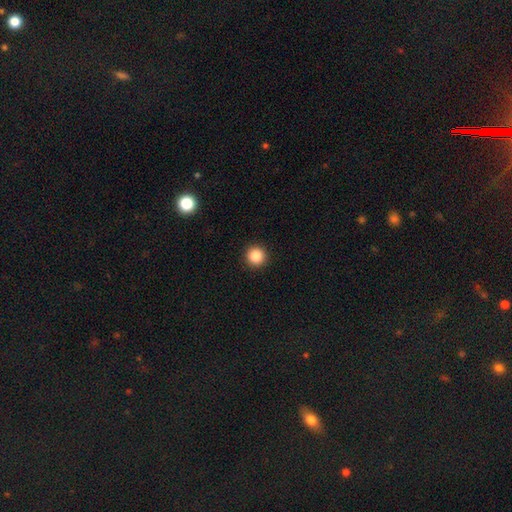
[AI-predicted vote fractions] Q: Smooth or featured?
A: smooth (87%); runner-up: star or artifact (10%)
Q: How rounded?
A: round (95%); runner-up: in between (4%)
Q: Merging?
A: none (93%); runner-up: minor disturbance (5%)